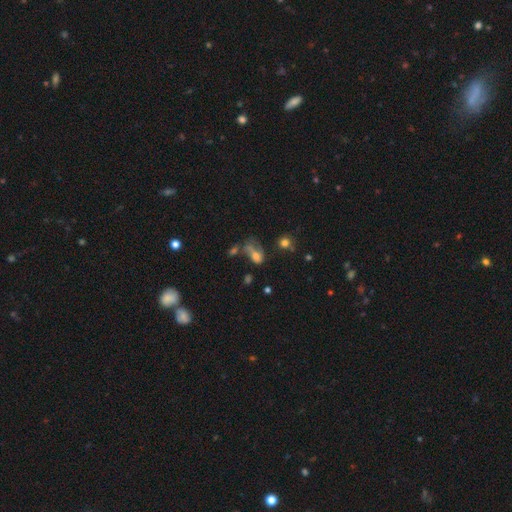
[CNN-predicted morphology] type=smooth (56%); roundness=in between (80%); merging=major disturbance (32%).